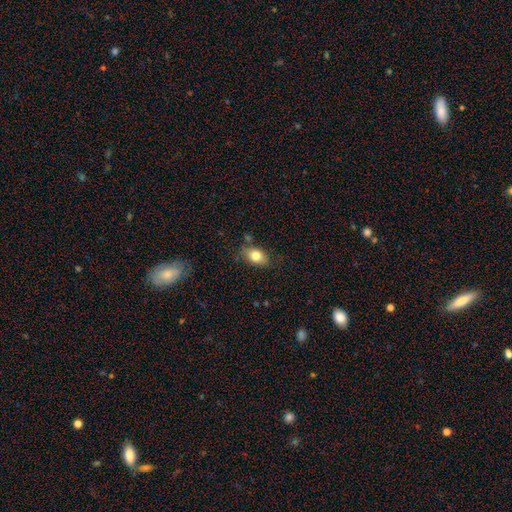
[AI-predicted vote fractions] A smooth galaxy with no disk features (80%) that is in between round and cigar-shaped (82%).

Vote fractions:
- Smooth or featured? smooth: 80% / featured or disk: 12% / star or artifact: 8%
- How rounded? in between: 82% / round: 16% / cigar-shaped: 2%
- Merging? none: 75% / minor disturbance: 17% / major disturbance: 4% / merger: 4%